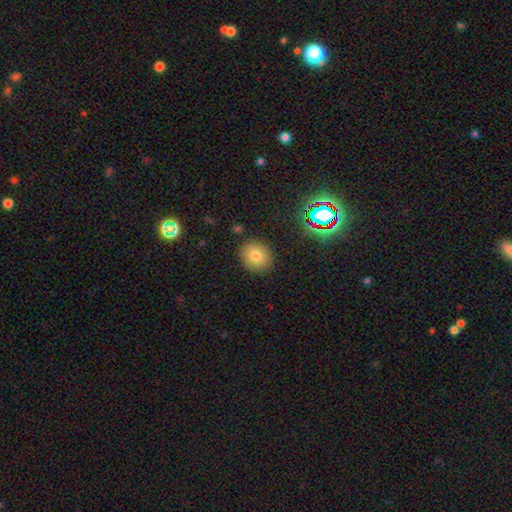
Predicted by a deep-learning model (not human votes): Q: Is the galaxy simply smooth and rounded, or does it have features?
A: smooth — 77%.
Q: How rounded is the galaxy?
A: round — 74%.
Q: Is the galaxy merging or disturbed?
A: none — 88%.